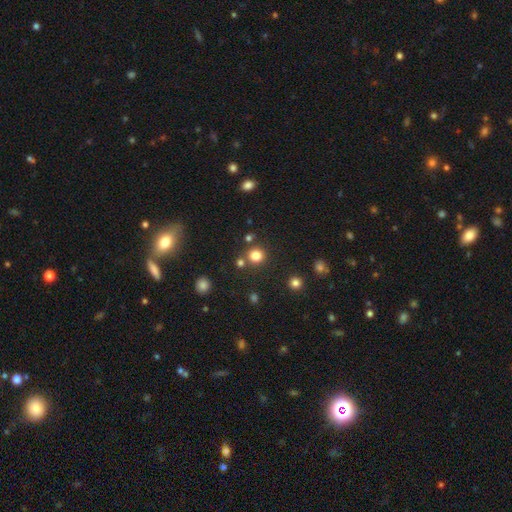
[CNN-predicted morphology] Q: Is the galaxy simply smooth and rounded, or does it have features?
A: smooth — 81%.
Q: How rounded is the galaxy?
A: round — 89%.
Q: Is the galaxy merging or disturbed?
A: none — 80%.